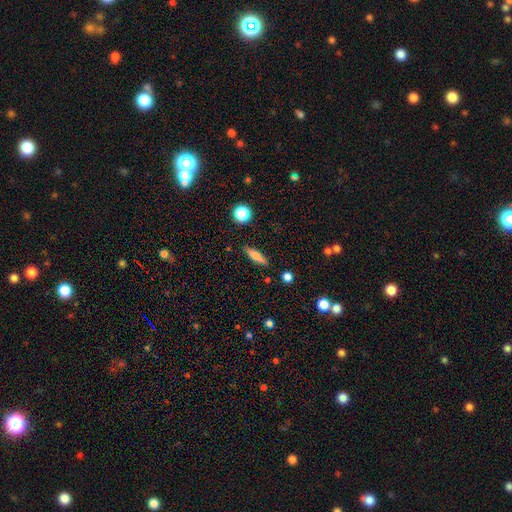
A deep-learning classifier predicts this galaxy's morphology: smooth-or-featured: smooth: 66% | featured or disk: 26% | star or artifact: 8%
  how-rounded: cigar-shaped: 73% | in between: 24% | round: 3%
  merging: none: 87% | minor disturbance: 9% | major disturbance: 2% | merger: 2%